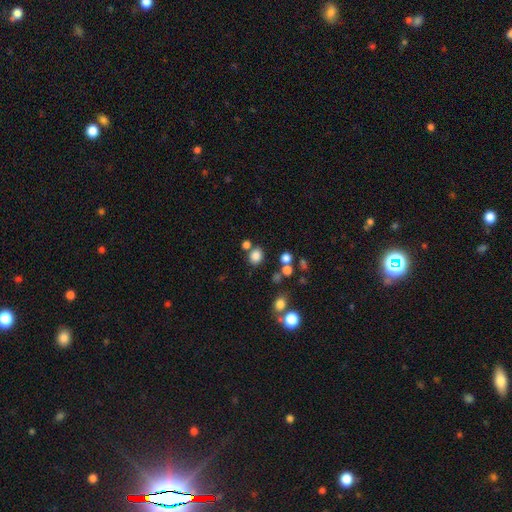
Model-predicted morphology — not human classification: The model was most divided on "how rounded": round: 68%, in between: 32%, cigar-shaped: 1%. More confident: smooth or featured — smooth (80%); merging — none (71%).